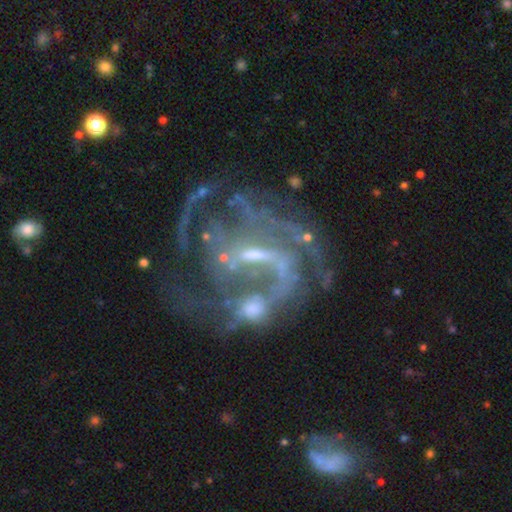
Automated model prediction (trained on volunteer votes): smooth_or_featured: featured or disk (p=0.87) [alt: star or artifact p=0.09]
disk_edge_on: no (p=0.98) [alt: yes p=0.02]
bar: weak (p=0.47) [alt: strong p=0.33]
has_spiral_arms: yes (p=0.89) [alt: no p=0.11]
spiral_winding: medium (p=0.46) [alt: loose p=0.30]
spiral_arm_count: 2 (p=0.37) [alt: can't tell p=0.23]
bulge_size: small (p=0.53) [alt: moderate p=0.29]
merging: none (p=0.38) [alt: major disturbance p=0.31]